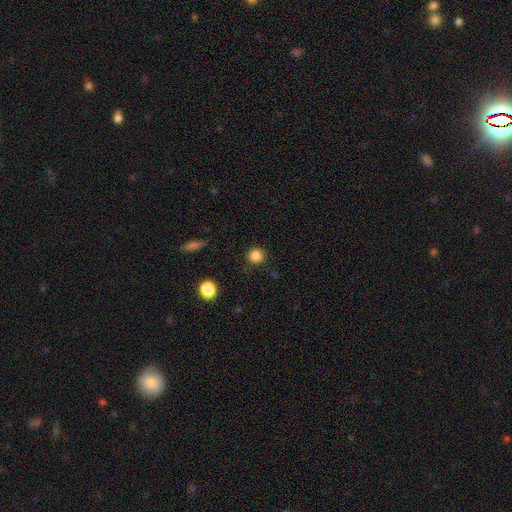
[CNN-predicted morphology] Q: Smooth or featured?
A: smooth (85%); runner-up: star or artifact (12%)
Q: How rounded?
A: round (95%); runner-up: in between (4%)
Q: Merging?
A: none (89%); runner-up: minor disturbance (7%)